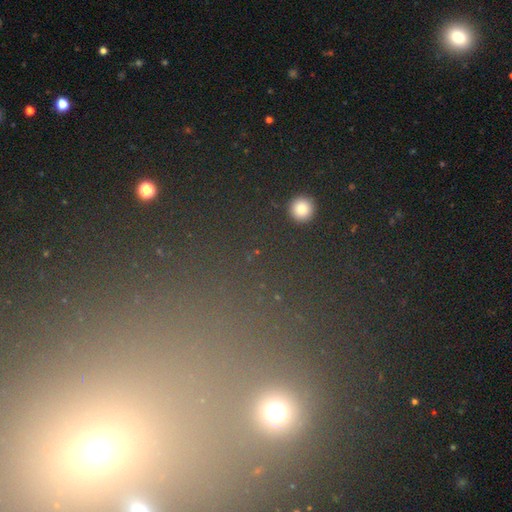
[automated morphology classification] The model was most divided on "smooth or featured": star or artifact: 63%, smooth: 27%, featured or disk: 10%.